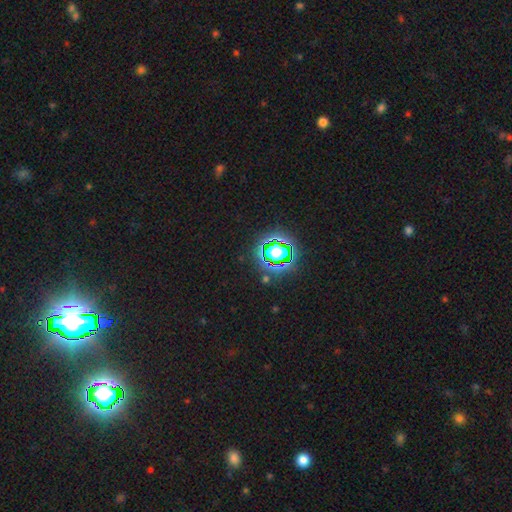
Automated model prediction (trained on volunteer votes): Smooth or featured?
  - star or artifact: 81% *
  - smooth: 12%
  - featured or disk: 7%